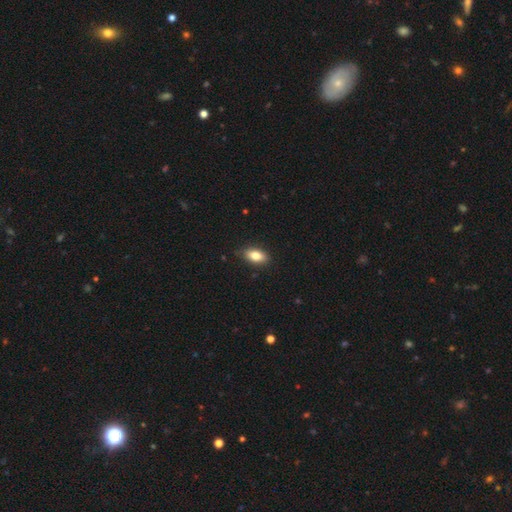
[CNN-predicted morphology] smooth 81%, featured or disk 11%, star or artifact 7%. Down the decision tree: how rounded — in between (89%); merging — none (85%).